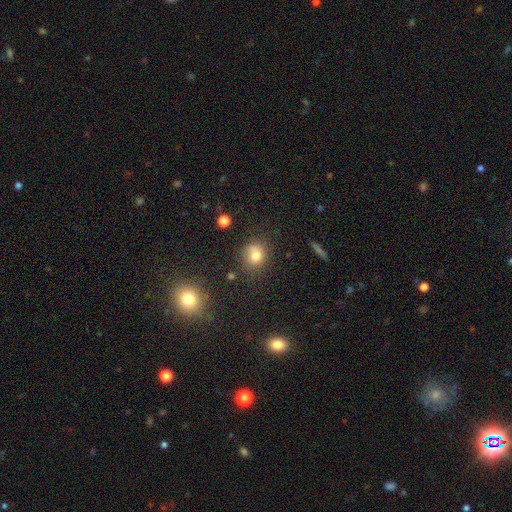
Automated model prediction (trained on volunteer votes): This appears to be a smooth galaxy with no disk features (78%) that is round (72%). Merging: none (65%).